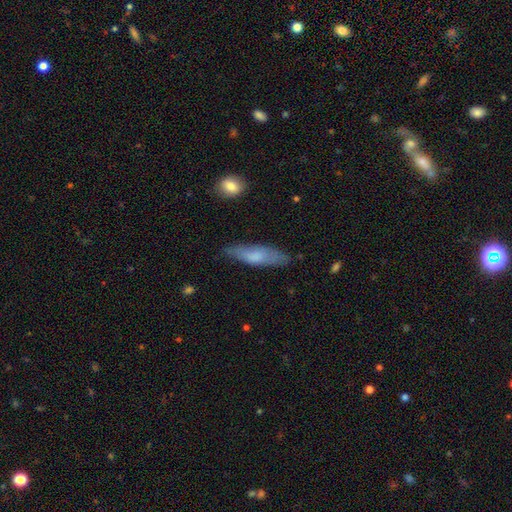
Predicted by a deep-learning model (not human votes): A smooth galaxy with no disk features (66%) that is cigar-shaped (66%).

Vote fractions:
- Smooth or featured? smooth: 66% / featured or disk: 27% / star or artifact: 6%
- How rounded? cigar-shaped: 66% / in between: 32% / round: 2%
- Merging? none: 76% / minor disturbance: 18% / major disturbance: 4% / merger: 2%